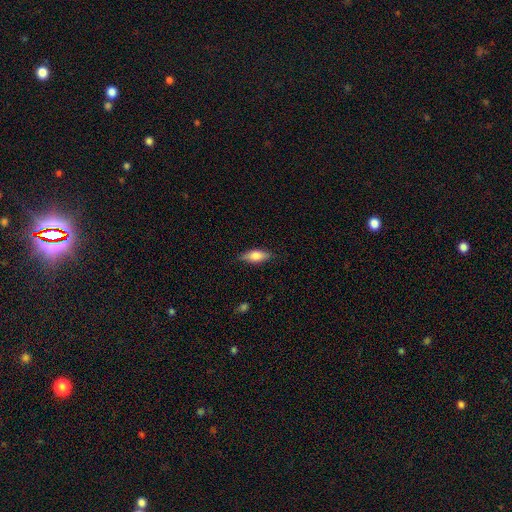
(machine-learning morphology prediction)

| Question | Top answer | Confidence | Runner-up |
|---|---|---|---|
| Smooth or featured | smooth | 70% | featured or disk (23%) |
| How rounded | in between | 72% | cigar-shaped (25%) |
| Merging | none | 81% | minor disturbance (15%) |